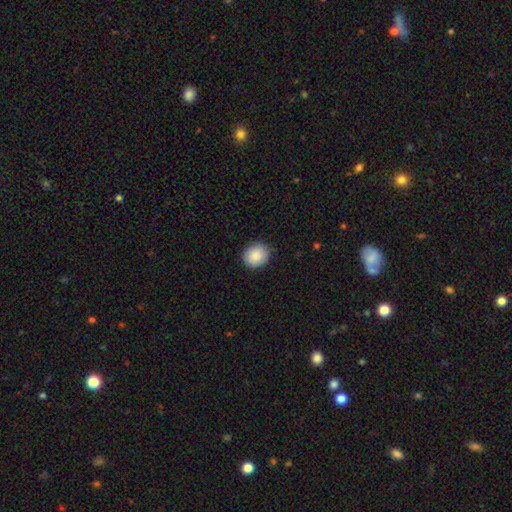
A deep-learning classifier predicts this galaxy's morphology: smooth_or_featured: smooth (p=0.88) [alt: star or artifact p=0.07]
how_rounded: round (p=0.78) [alt: in between p=0.21]
merging: none (p=0.85) [alt: minor disturbance p=0.12]